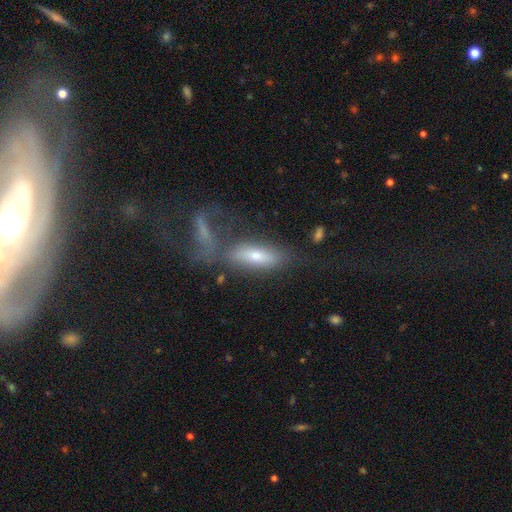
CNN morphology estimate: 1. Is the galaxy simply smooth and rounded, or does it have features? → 56% smooth, 35% featured or disk, 9% star or artifact.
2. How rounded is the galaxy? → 54% in between, 42% cigar-shaped, 3% round.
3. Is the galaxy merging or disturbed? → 39% none, 33% merger, 14% major disturbance, 14% minor disturbance.